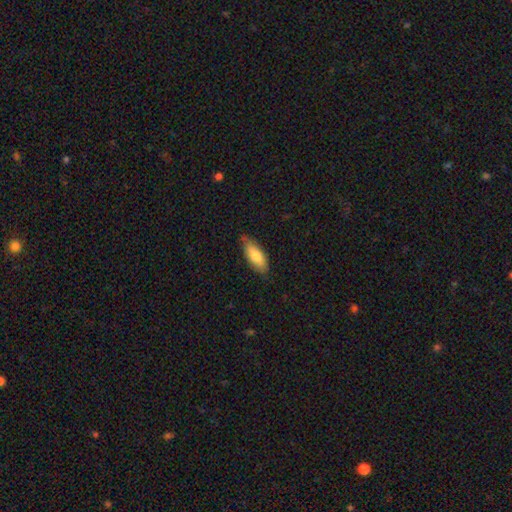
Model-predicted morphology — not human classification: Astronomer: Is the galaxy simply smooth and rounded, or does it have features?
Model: smooth — 75%.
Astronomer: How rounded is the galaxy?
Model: in between — 77%.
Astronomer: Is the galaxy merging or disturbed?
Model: none — 74%.